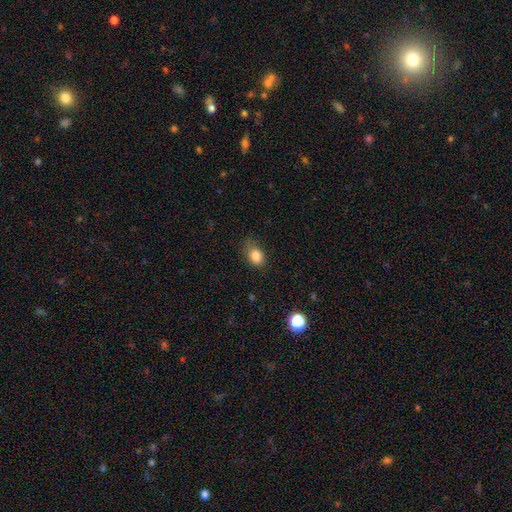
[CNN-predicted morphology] A smooth galaxy with no disk features (84%) that is in between round and cigar-shaped (78%). Merging: none (63%).